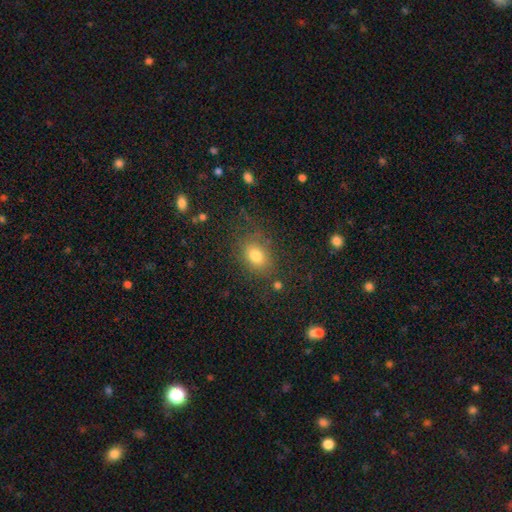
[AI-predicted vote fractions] Smooth or featured: smooth — 77% (star or artifact — 13%)
How rounded: in between — 68% (round — 31%)
Merging: none — 76% (minor disturbance — 15%)